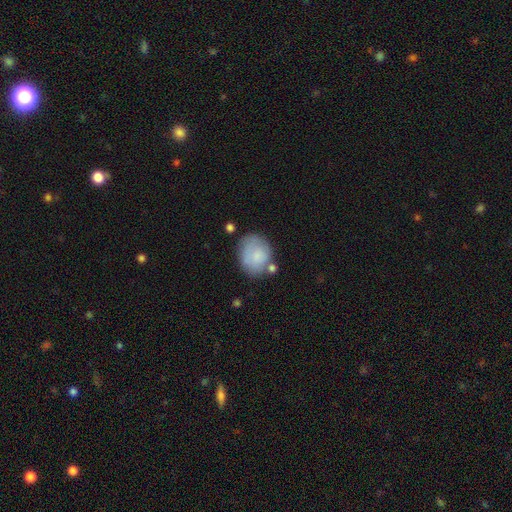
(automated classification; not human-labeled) Smooth or featured: smooth — 79% (featured or disk — 14%)
How rounded: round — 58% (in between — 41%)
Merging: none — 59% (minor disturbance — 23%)